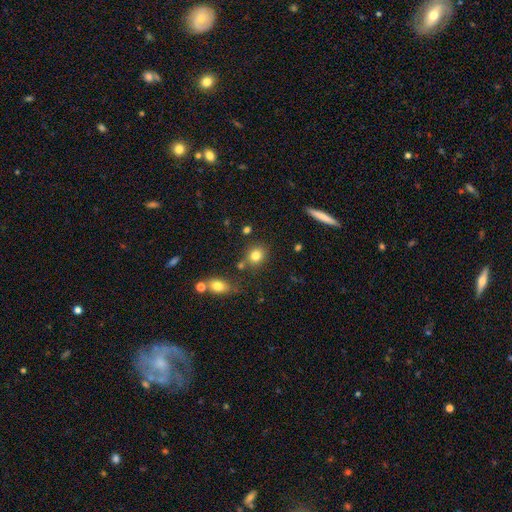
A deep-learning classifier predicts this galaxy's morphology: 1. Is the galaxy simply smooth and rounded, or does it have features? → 81% smooth, 12% star or artifact, 8% featured or disk.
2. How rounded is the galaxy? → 73% round, 25% in between, 1% cigar-shaped.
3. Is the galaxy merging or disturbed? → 75% none, 12% minor disturbance, 10% merger, 4% major disturbance.